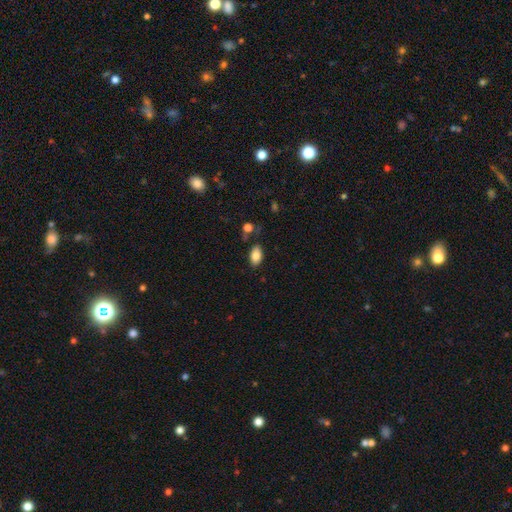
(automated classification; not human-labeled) This appears to be a smooth galaxy with no disk features (83%) that is in between round and cigar-shaped (93%). Merging: none (79%).